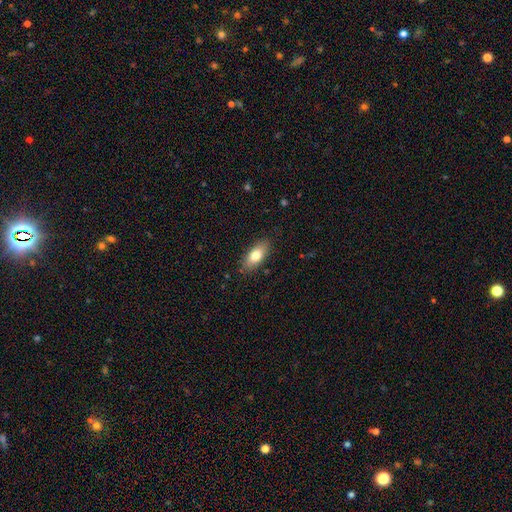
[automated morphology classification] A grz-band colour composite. It shows a smooth galaxy with no disk features (78%) that is in between round and cigar-shaped (83%). Merging: none (85%).